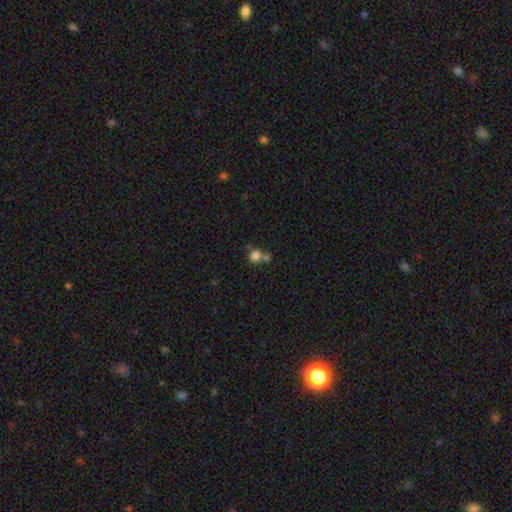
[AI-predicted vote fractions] smooth_or_featured: smooth (p=0.78) [alt: star or artifact p=0.13]
how_rounded: round (p=0.84) [alt: in between p=0.15]
merging: none (p=0.47) [alt: merger p=0.39]